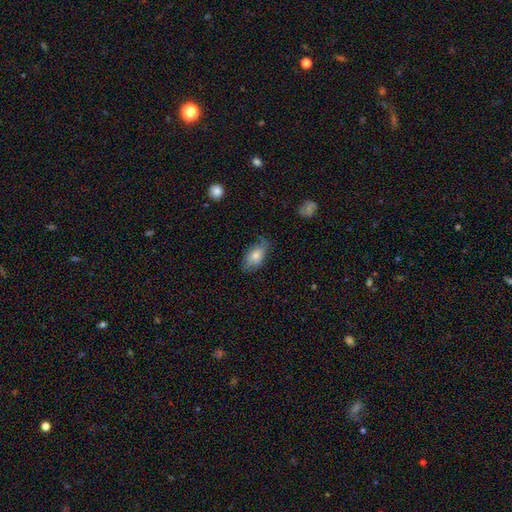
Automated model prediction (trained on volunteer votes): Q: Smooth or featured?
A: smooth (76%); runner-up: featured or disk (18%)
Q: How rounded?
A: in between (91%); runner-up: cigar-shaped (4%)
Q: Merging?
A: none (71%); runner-up: minor disturbance (23%)